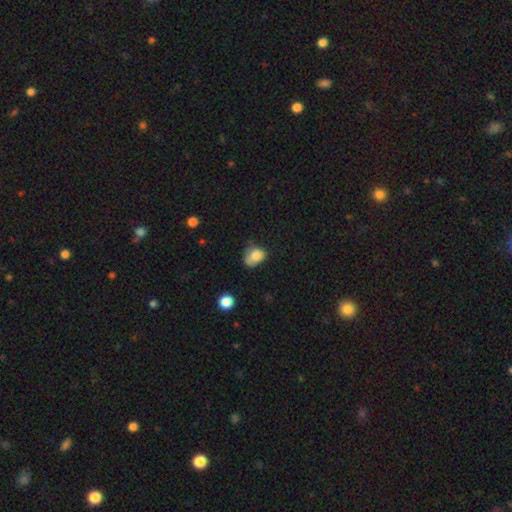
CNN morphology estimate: Smooth or featured?
  - smooth: 80% *
  - featured or disk: 10%
  - star or artifact: 10%
How rounded?
  - in between: 60% *
  - round: 39%
  - cigar-shaped: 1%
Merging?
  - minor disturbance: 41% *
  - none: 40%
  - major disturbance: 14%
  - merger: 5%